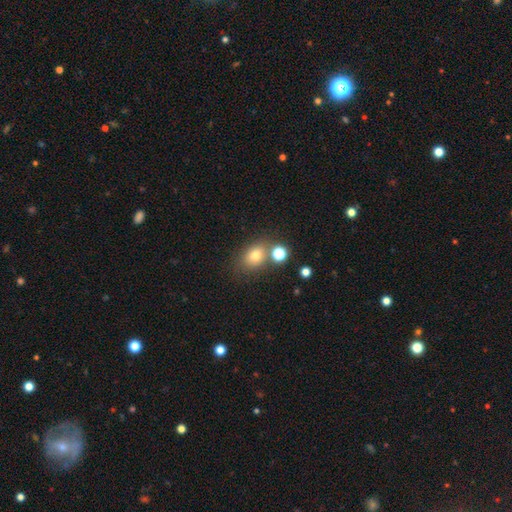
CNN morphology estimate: A smooth galaxy with no disk features (75%) that is in between round and cigar-shaped (55%). Merging: none (66%).